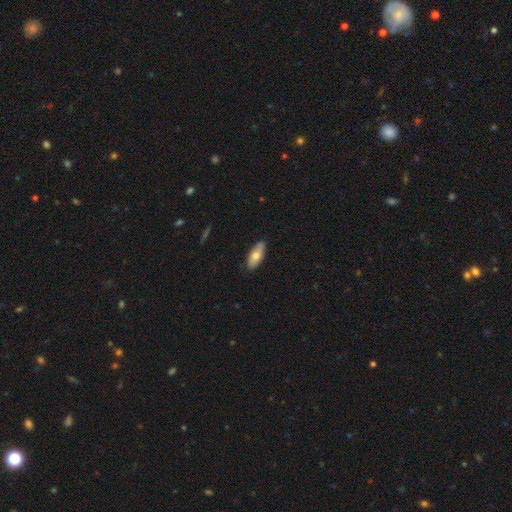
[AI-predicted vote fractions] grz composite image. It shows a smooth galaxy with no disk features (69%) that is in between round and cigar-shaped (79%). Merging: none (85%).